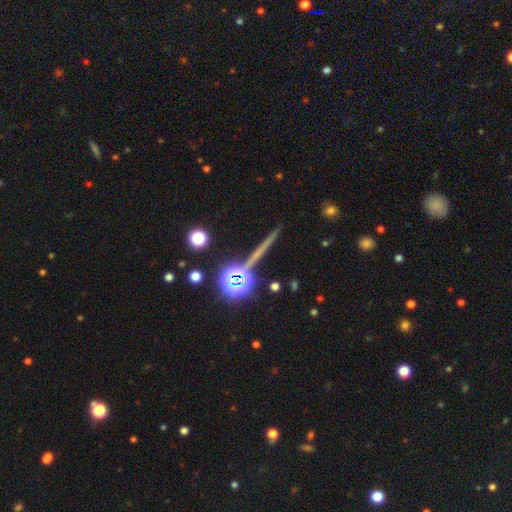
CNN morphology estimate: Smooth or featured: star or artifact — 48% (featured or disk — 29%)